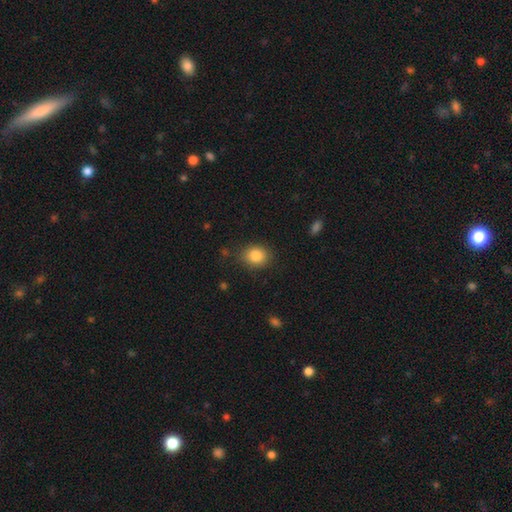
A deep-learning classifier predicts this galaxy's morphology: Smooth or featured: smooth — 84% (star or artifact — 10%)
How rounded: round — 64% (in between — 35%)
Merging: none — 84% (minor disturbance — 11%)